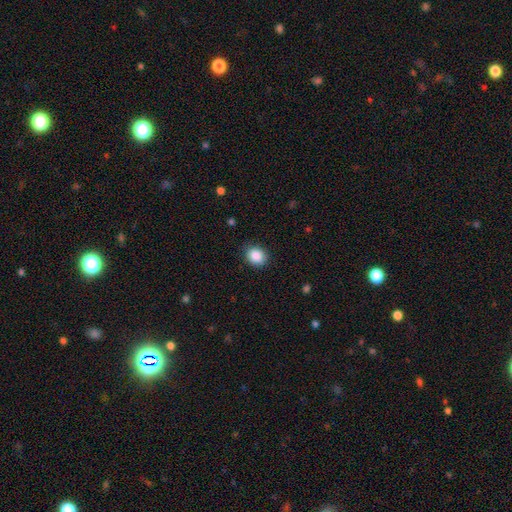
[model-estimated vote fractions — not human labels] Smooth or featured: smooth — 88% (star or artifact — 9%)
How rounded: round — 68% (in between — 31%)
Merging: none — 86% (minor disturbance — 10%)